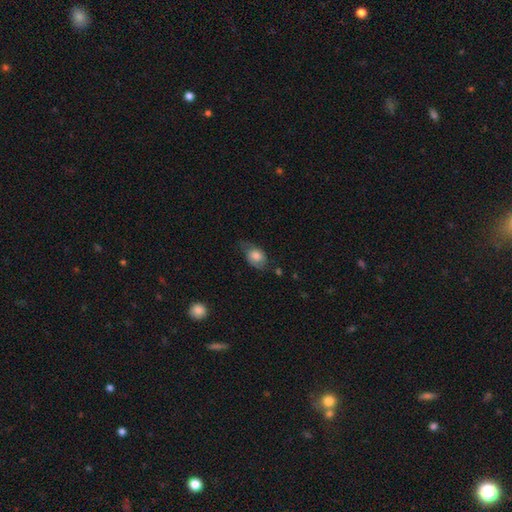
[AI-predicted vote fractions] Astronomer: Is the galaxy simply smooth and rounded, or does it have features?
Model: smooth — 65%.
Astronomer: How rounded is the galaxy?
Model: in between — 76%.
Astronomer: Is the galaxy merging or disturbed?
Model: none — 46% (runner-up: minor disturbance, 34%).